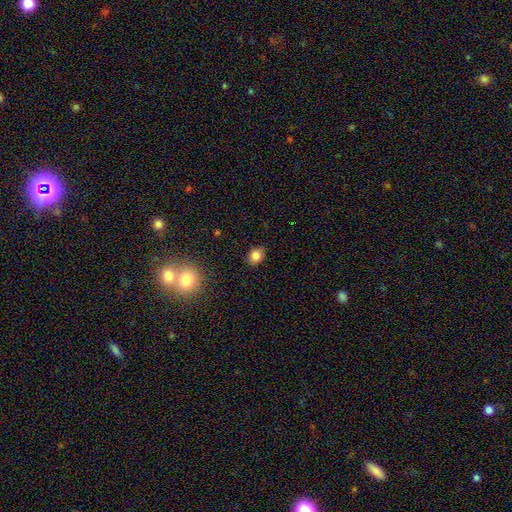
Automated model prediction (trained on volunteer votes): Smooth or featured?
  - smooth: 82% *
  - star or artifact: 11%
  - featured or disk: 6%
How rounded?
  - in between: 55% *
  - round: 44%
  - cigar-shaped: 1%
Merging?
  - none: 87% *
  - minor disturbance: 9%
  - major disturbance: 2%
  - merger: 1%